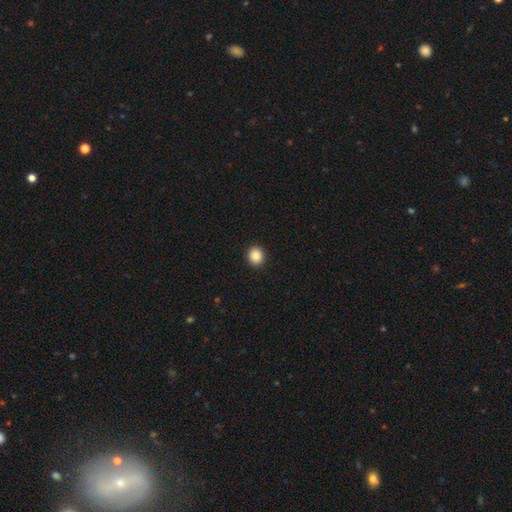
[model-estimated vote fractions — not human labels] smooth_or_featured: smooth (p=0.87) [alt: star or artifact p=0.09]
how_rounded: round (p=0.83) [alt: in between p=0.16]
merging: none (p=0.93) [alt: minor disturbance p=0.05]